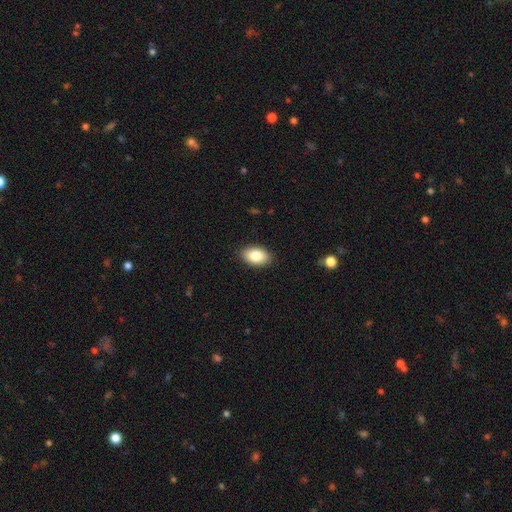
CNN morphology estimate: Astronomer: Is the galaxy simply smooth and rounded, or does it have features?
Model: smooth — 85%.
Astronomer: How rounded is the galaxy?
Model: in between — 92%.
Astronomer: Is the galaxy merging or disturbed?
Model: none — 89%.